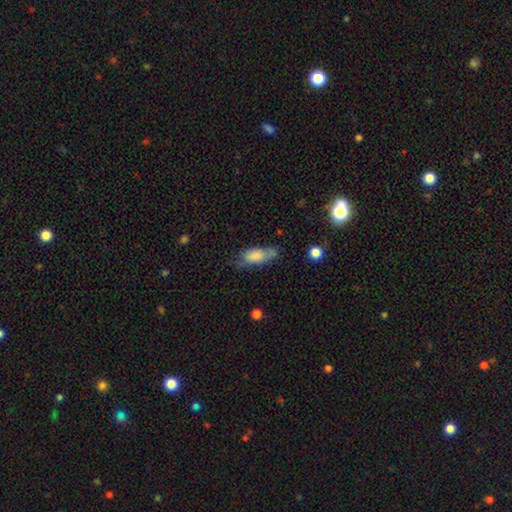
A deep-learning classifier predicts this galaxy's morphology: smooth 73%, featured or disk 18%, star or artifact 8%. Down the decision tree: how rounded — in between (76%); merging — none (51%).